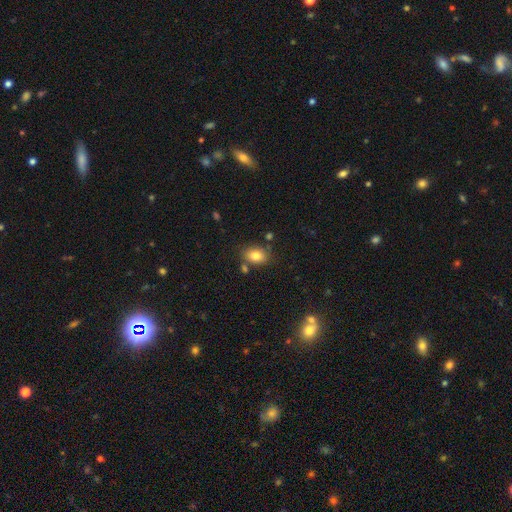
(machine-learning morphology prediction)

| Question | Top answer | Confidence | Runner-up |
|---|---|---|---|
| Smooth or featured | smooth | 81% | featured or disk (10%) |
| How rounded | in between | 74% | round (24%) |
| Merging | none | 72% | minor disturbance (15%) |